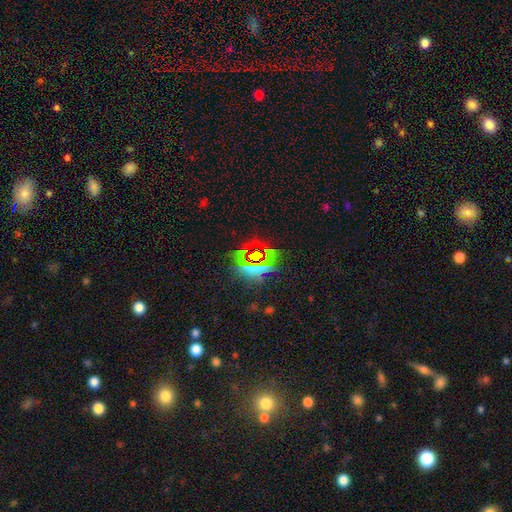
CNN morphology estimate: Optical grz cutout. It shows a star or artifact, not a galaxy (70%).